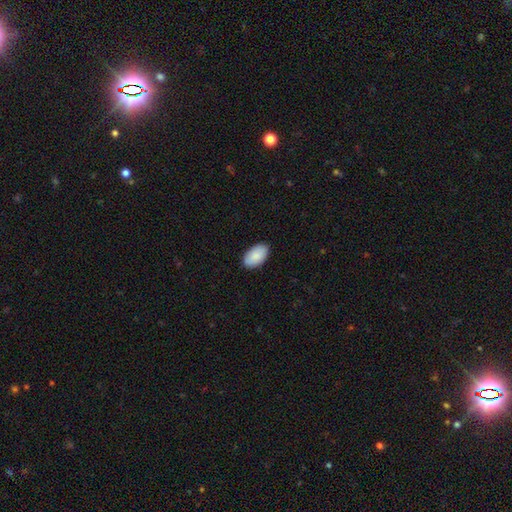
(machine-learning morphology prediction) smooth-or-featured: smooth: 89% | star or artifact: 6% | featured or disk: 6%
  how-rounded: in between: 95% | round: 3% | cigar-shaped: 1%
  merging: none: 88% | minor disturbance: 9% | major disturbance: 2% | merger: 1%